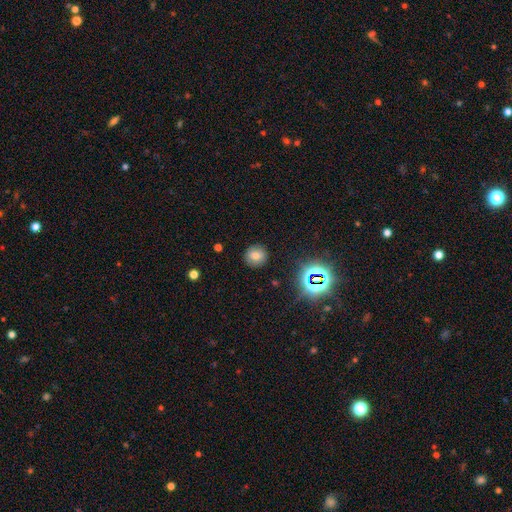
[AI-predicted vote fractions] Smooth or featured? Predicted: smooth (p=0.71). How rounded? Predicted: round (p=0.90). Merging? Predicted: none (p=0.89).